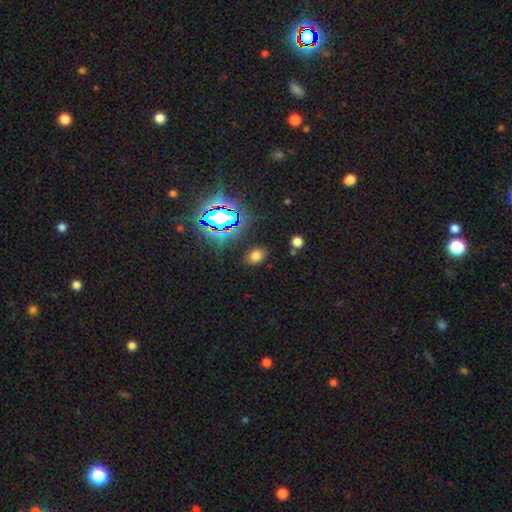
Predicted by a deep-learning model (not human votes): smooth-or-featured: smooth: 66% | star or artifact: 26% | featured or disk: 8%
  how-rounded: in between: 72% | round: 26% | cigar-shaped: 1%
  merging: none: 84% | minor disturbance: 10% | major disturbance: 3% | merger: 2%